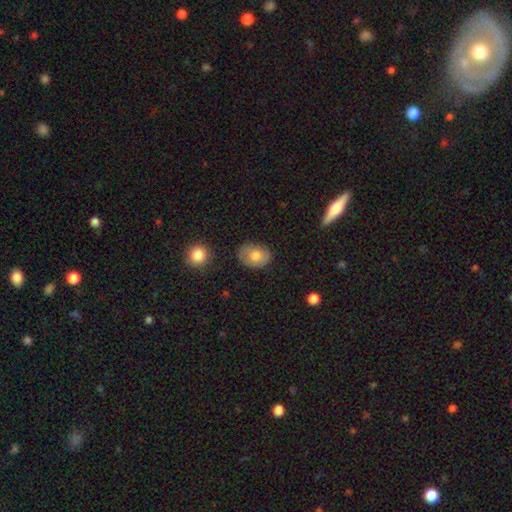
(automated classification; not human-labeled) A smooth galaxy with no disk features (74%) that is in between round and cigar-shaped (65%).

Vote fractions:
- Smooth or featured? smooth: 74% / featured or disk: 19% / star or artifact: 7%
- How rounded? in between: 65% / round: 34% / cigar-shaped: 1%
- Merging? none: 78% / minor disturbance: 16% / major disturbance: 4% / merger: 2%